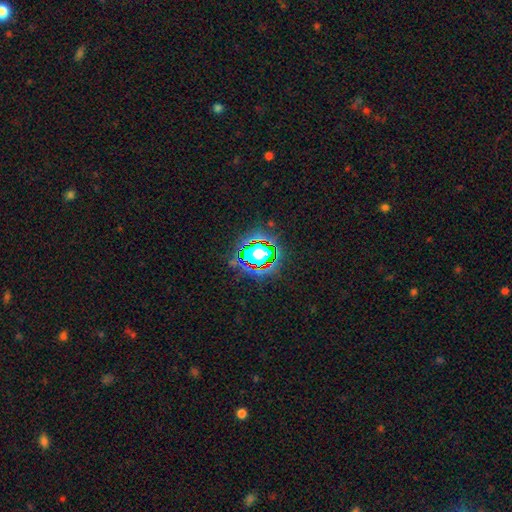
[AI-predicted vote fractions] smooth-or-featured: star or artifact: 60% | smooth: 27% | featured or disk: 13%